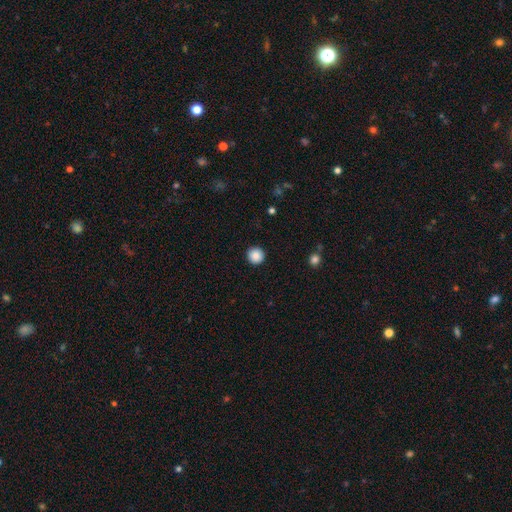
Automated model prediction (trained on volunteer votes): Smooth or featured: smooth — 88% (star or artifact — 9%)
How rounded: round — 96% (in between — 3%)
Merging: none — 93% (minor disturbance — 4%)